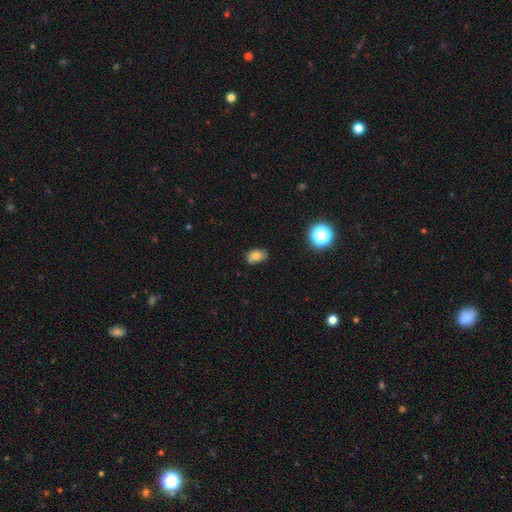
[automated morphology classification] A smooth galaxy with no disk features (74%) that is in between round and cigar-shaped (83%). Merging: none (71%).